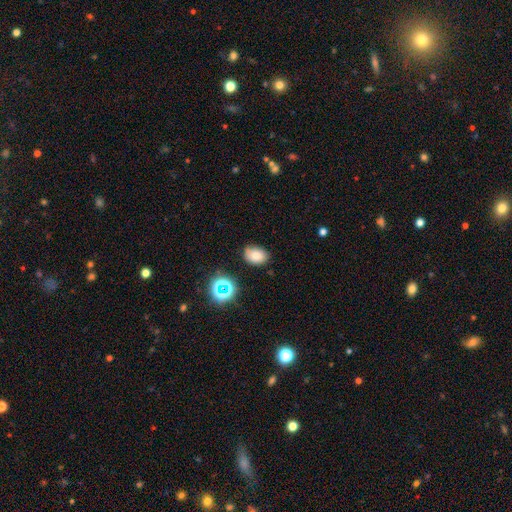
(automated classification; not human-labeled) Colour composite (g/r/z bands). It shows a smooth galaxy with no disk features (79%) that is in between round and cigar-shaped (75%). Merging: none (72%).